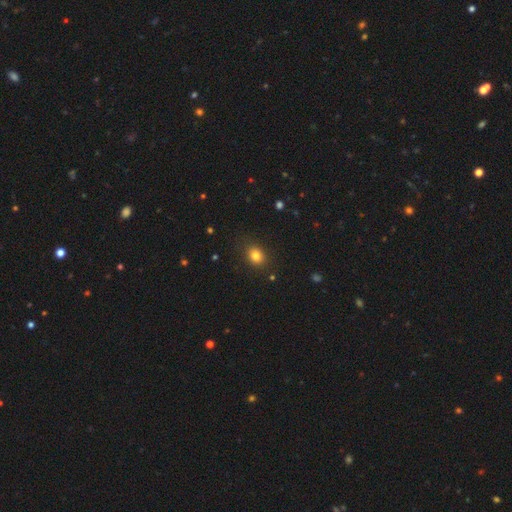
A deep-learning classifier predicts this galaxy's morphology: This appears to be a smooth galaxy with no disk features (81%) that is round (56%). Merging: none (86%).